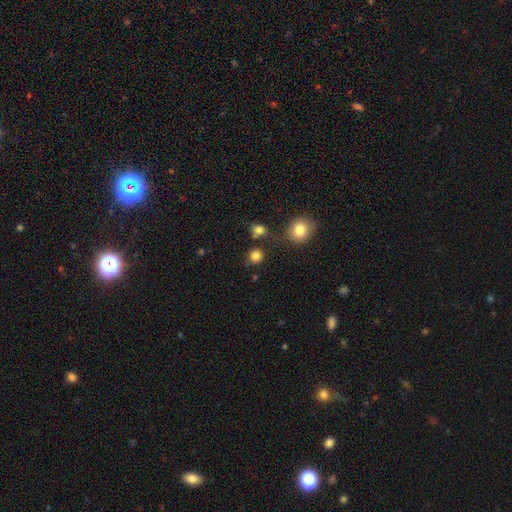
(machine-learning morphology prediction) Smooth or featured? Predicted: smooth (p=0.83). How rounded? Predicted: round (p=0.87). Merging? Predicted: none (p=0.75).